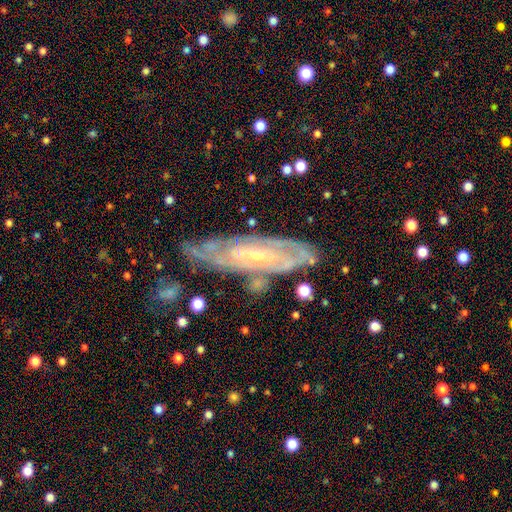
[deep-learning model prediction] Q: Smooth or featured?
A: featured or disk (84%); runner-up: smooth (10%)
Q: Edge-on disk?
A: no (83%); runner-up: yes (17%)
Q: Bar?
A: no (46%); runner-up: weak (36%)
Q: Spiral arms?
A: yes (93%); runner-up: no (7%)
Q: Spiral winding?
A: tight (71%); runner-up: medium (24%)
Q: Spiral arm count?
A: can't tell (46%); runner-up: 2 (22%)
Q: Bulge size?
A: small (76%); runner-up: moderate (19%)
Q: Merging?
A: none (71%); runner-up: minor disturbance (19%)